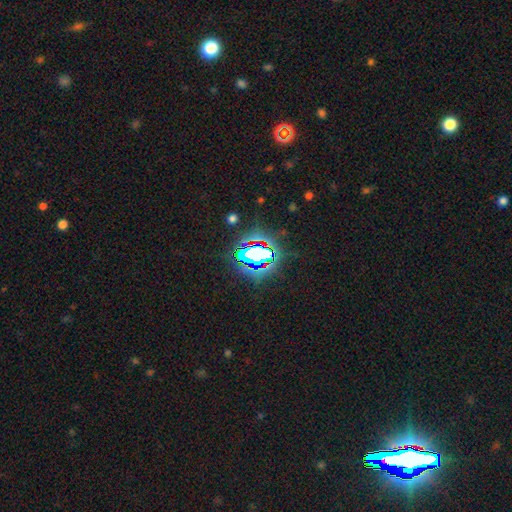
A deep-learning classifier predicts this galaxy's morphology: This is clearly a star or artifact rather than a galaxy (83%).